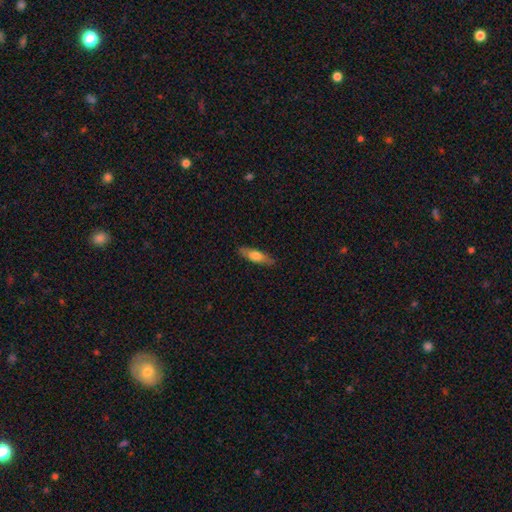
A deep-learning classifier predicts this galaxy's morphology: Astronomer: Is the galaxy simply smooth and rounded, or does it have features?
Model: smooth — 61%.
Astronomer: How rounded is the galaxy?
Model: cigar-shaped — 59% (runner-up: in between, 38%).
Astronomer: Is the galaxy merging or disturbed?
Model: none — 86%.